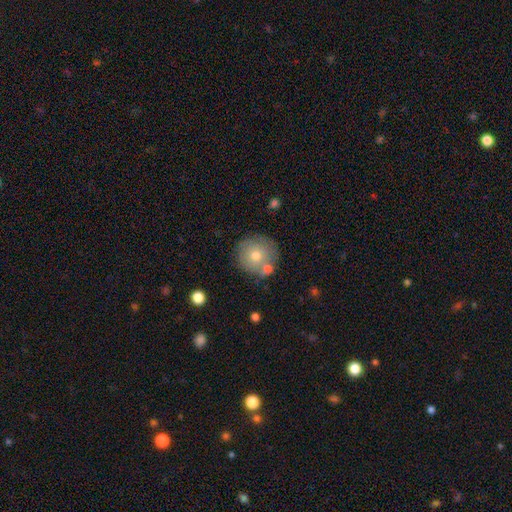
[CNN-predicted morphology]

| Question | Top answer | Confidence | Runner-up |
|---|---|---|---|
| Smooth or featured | smooth | 70% | featured or disk (20%) |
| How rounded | round | 94% | in between (5%) |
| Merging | none | 74% | merger (12%) |